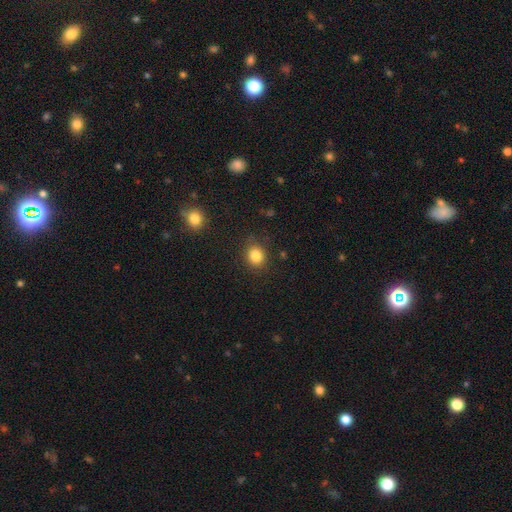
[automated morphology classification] type=smooth (84%); roundness=round (75%); merging=none (86%).